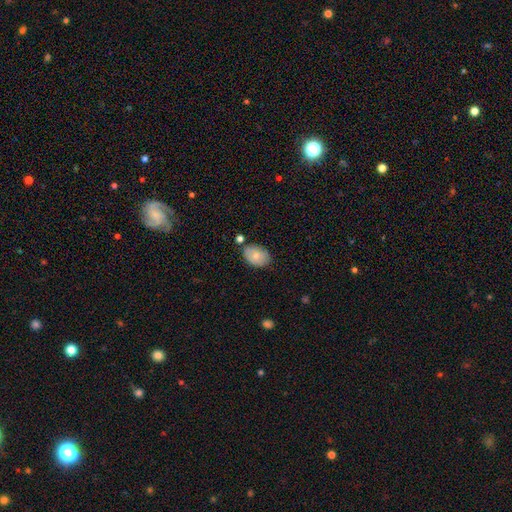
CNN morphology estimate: smooth-or-featured: smooth: 74% | featured or disk: 19% | star or artifact: 7%
  how-rounded: in between: 82% | round: 17% | cigar-shaped: 1%
  merging: none: 75% | minor disturbance: 17% | merger: 5% | major disturbance: 3%